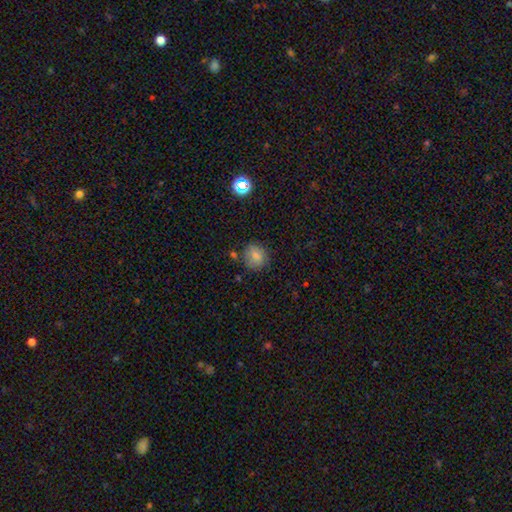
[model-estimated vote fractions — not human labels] Overall: smooth (81%). How rounded: round (72%). Merging: none (74%).